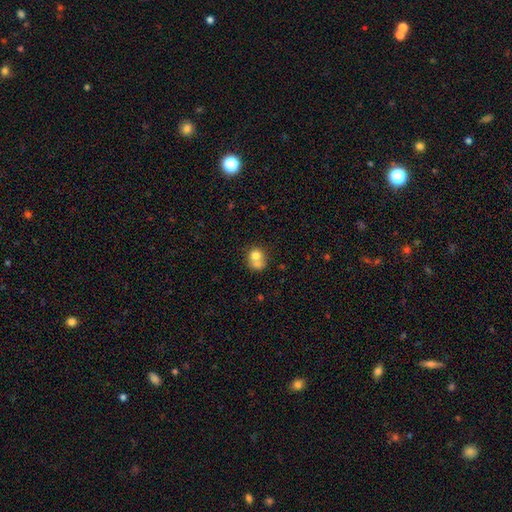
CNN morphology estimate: Smooth or featured? Predicted: smooth (p=0.71). How rounded? Predicted: round (p=0.73). Merging? Predicted: merger (p=0.57).